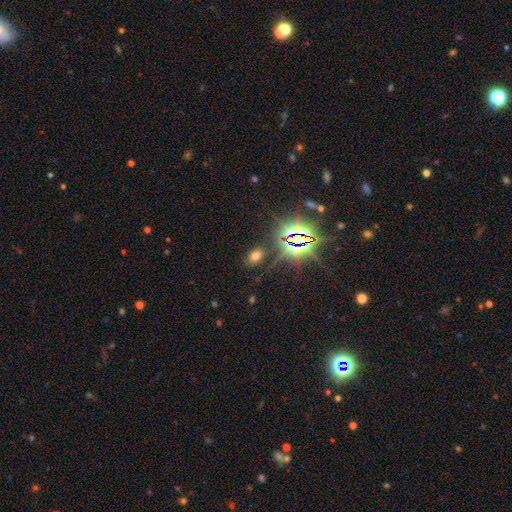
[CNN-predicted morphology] Smooth or featured: smooth — 53% (star or artifact — 38%)
How rounded: in between — 78% (round — 20%)
Merging: none — 82% (minor disturbance — 10%)